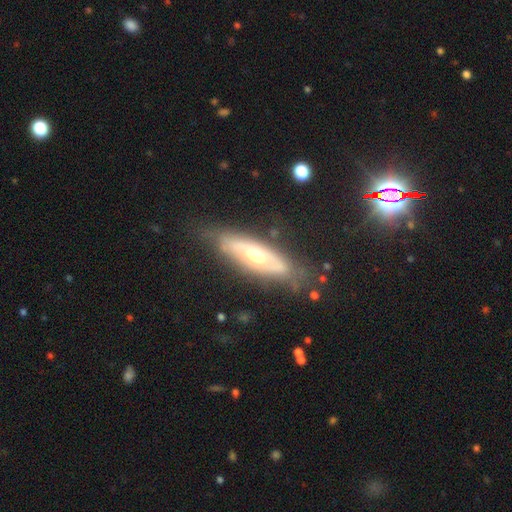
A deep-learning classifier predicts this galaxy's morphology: The model was most divided on "edge-on disk": no: 63%, yes: 37%. More confident: merging — none (74%); smooth or featured — featured or disk (65%).